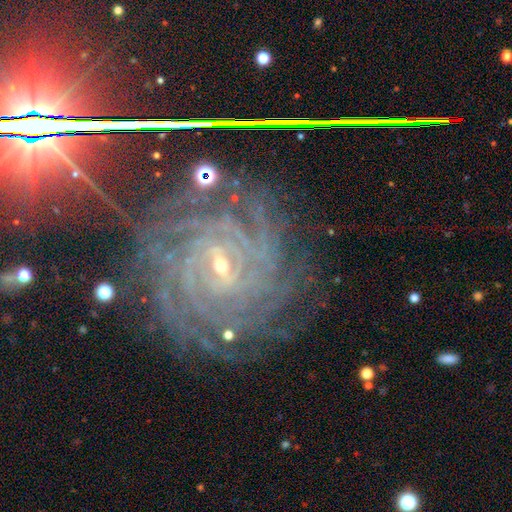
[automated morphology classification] smooth_or_featured: featured or disk (p=0.83) [alt: star or artifact p=0.12]
disk_edge_on: no (p=0.97) [alt: yes p=0.03]
bar: weak (p=0.47) [alt: strong p=0.32]
has_spiral_arms: yes (p=0.98) [alt: no p=0.02]
spiral_winding: tight (p=0.82) [alt: medium p=0.15]
spiral_arm_count: can't tell (p=0.23) [alt: more than 4 p=0.22]
bulge_size: small (p=0.78) [alt: moderate p=0.18]
merging: none (p=0.79) [alt: minor disturbance p=0.14]